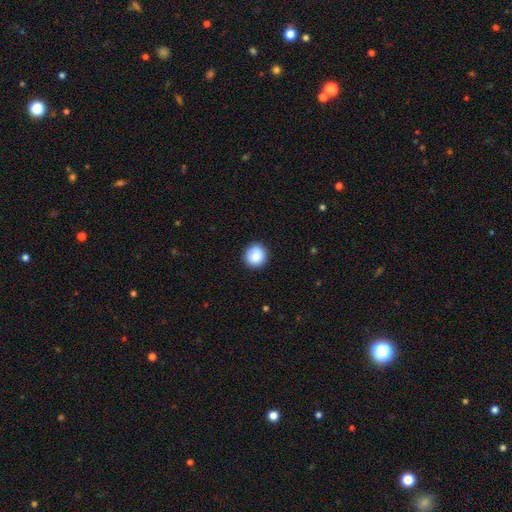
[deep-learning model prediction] smooth 88%, star or artifact 8%, featured or disk 4%. Down the decision tree: how rounded — round (93%); merging — none (91%).